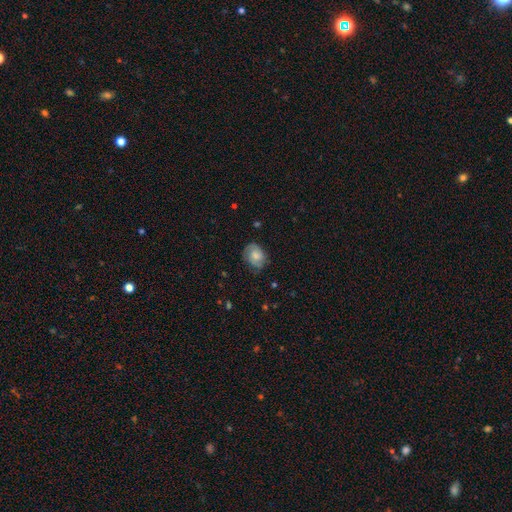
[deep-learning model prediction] The model was most divided on "how rounded": in between: 56%, round: 43%, cigar-shaped: 1%. More confident: merging — none (66%); smooth or featured — smooth (58%).